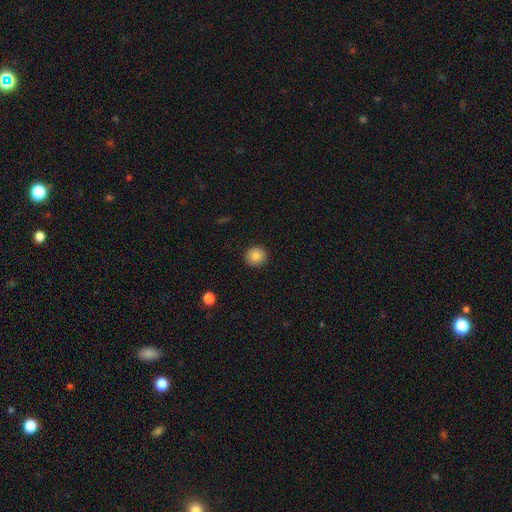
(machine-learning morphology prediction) Q: Smooth or featured?
A: smooth (85%); runner-up: star or artifact (9%)
Q: How rounded?
A: round (91%); runner-up: in between (8%)
Q: Merging?
A: none (92%); runner-up: minor disturbance (5%)